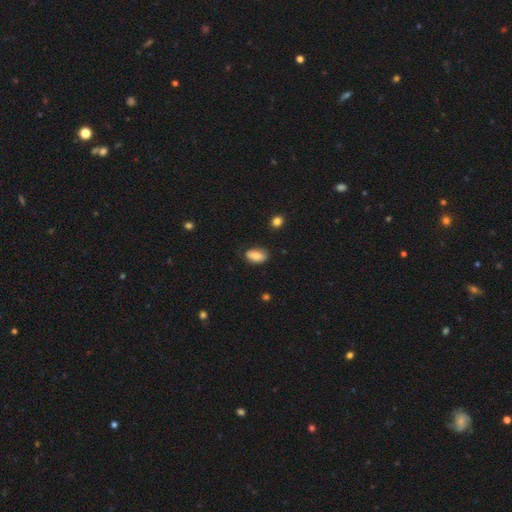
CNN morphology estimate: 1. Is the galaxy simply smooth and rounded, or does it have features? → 83% smooth, 9% featured or disk, 8% star or artifact.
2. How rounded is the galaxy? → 92% in between, 5% round, 3% cigar-shaped.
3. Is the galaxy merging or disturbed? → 74% none, 21% minor disturbance, 4% major disturbance, 2% merger.